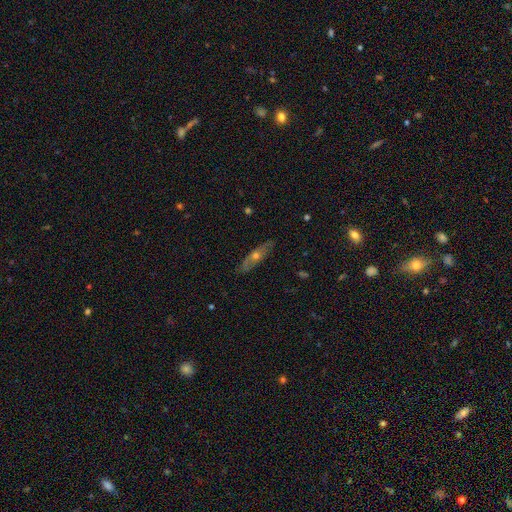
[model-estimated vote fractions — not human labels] This appears to be a featured or disk galaxy (58%) viewed edge-on (65%). Merging: none (84%).